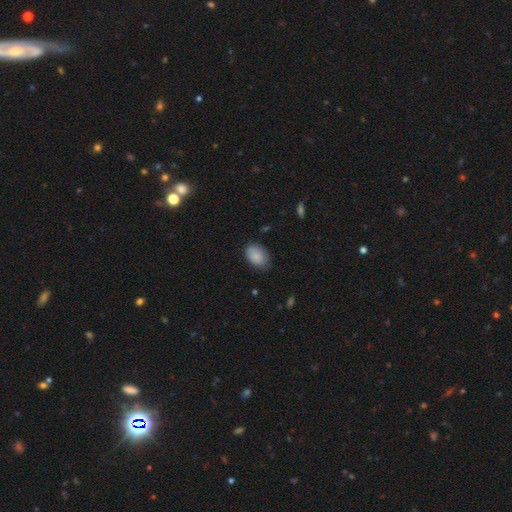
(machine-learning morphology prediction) Smooth or featured? smooth (88%)
How rounded? in between (84%)
Merging? none (74%)